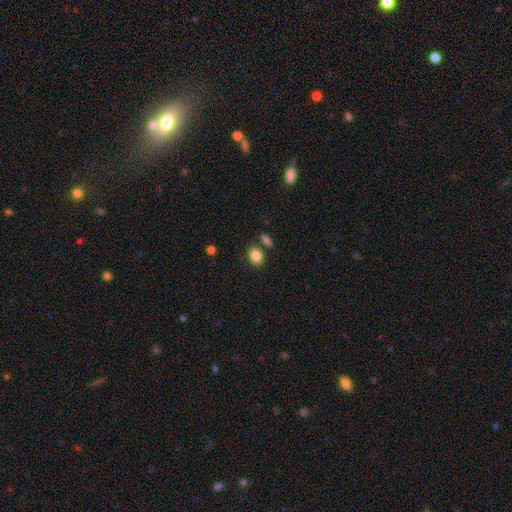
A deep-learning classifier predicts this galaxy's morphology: This appears to be a smooth galaxy with no disk features (84%) that is in between round and cigar-shaped (62%). Merging: none (77%).